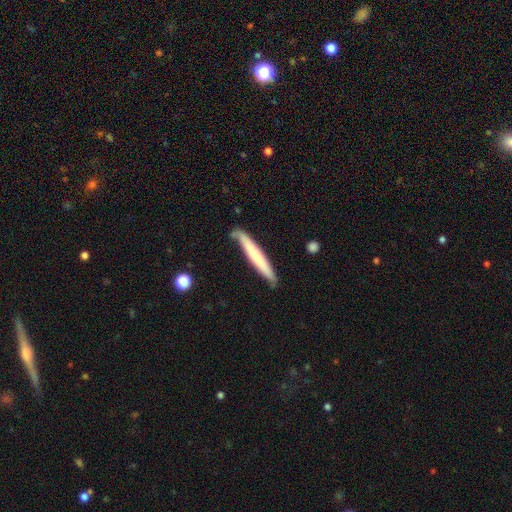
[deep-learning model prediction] A smooth galaxy with no disk features (61%) that is cigar-shaped (95%). Merging: none (74%).